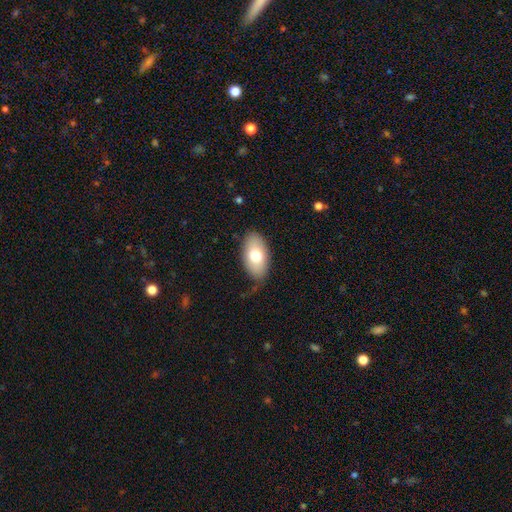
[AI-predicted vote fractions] Smooth or featured? Predicted: smooth (p=0.73). How rounded? Predicted: in between (p=0.94). Merging? Predicted: none (p=0.78).